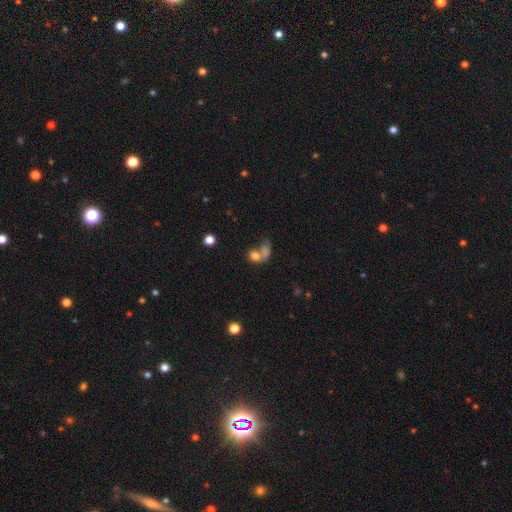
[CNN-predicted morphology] Smooth or featured?
  - smooth: 64% *
  - featured or disk: 19%
  - star or artifact: 17%
How rounded?
  - round: 50% *
  - in between: 47%
  - cigar-shaped: 3%
Merging?
  - merger: 54% *
  - none: 26%
  - major disturbance: 12%
  - minor disturbance: 9%